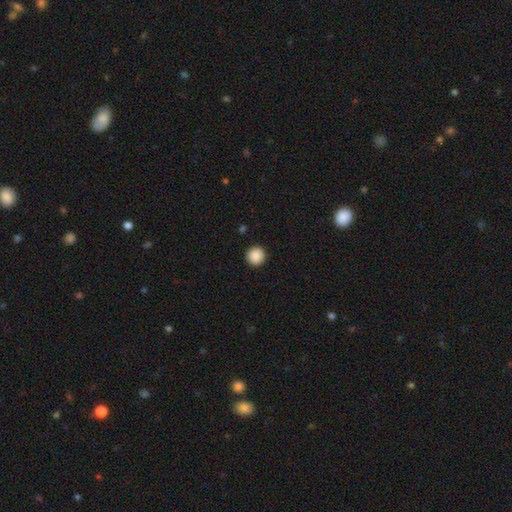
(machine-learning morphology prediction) Smooth or featured?
  - smooth: 89% *
  - star or artifact: 9%
  - featured or disk: 3%
How rounded?
  - round: 96% *
  - in between: 3%
  - cigar-shaped: 1%
Merging?
  - none: 93% *
  - minor disturbance: 4%
  - major disturbance: 2%
  - merger: 1%